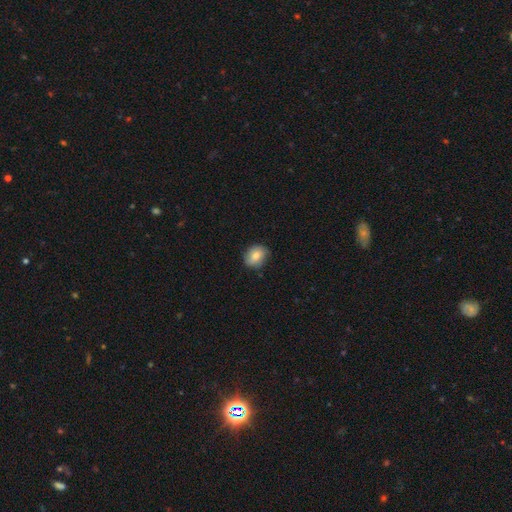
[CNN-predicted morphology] Smooth or featured?
  - smooth: 78% *
  - featured or disk: 14%
  - star or artifact: 8%
How rounded?
  - round: 55% *
  - in between: 44%
  - cigar-shaped: 1%
Merging?
  - none: 78% *
  - minor disturbance: 18%
  - major disturbance: 3%
  - merger: 1%